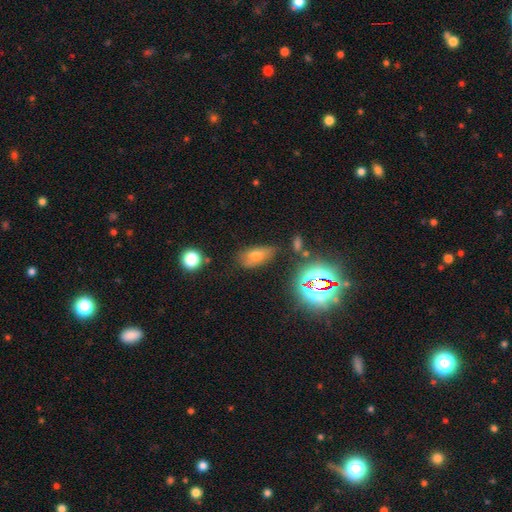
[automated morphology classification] A smooth galaxy with no disk features (58%) that is in between round and cigar-shaped (85%).

Vote fractions:
- Smooth or featured? smooth: 58% / star or artifact: 26% / featured or disk: 17%
- How rounded? in between: 85% / round: 8% / cigar-shaped: 7%
- Merging? none: 70% / minor disturbance: 20% / major disturbance: 6% / merger: 4%